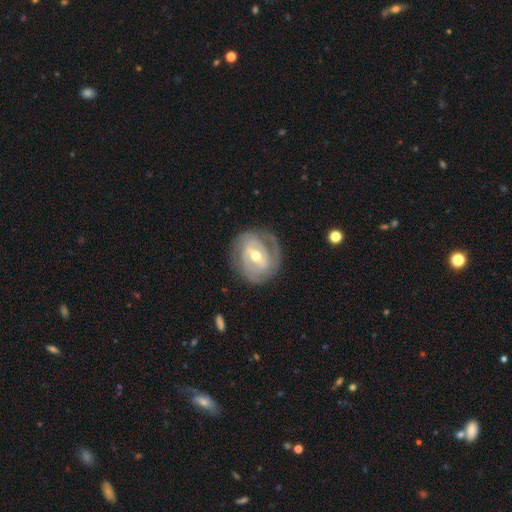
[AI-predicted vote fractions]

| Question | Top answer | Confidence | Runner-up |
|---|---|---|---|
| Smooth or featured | featured or disk | 83% | smooth (12%) |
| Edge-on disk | no | 97% | yes (3%) |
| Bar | weak | 44% | strong (38%) |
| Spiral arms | yes | 88% | no (12%) |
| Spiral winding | tight | 62% | medium (30%) |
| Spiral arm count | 2 | 60% | can't tell (20%) |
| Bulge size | moderate | 67% | small (28%) |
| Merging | none | 76% | minor disturbance (16%) |